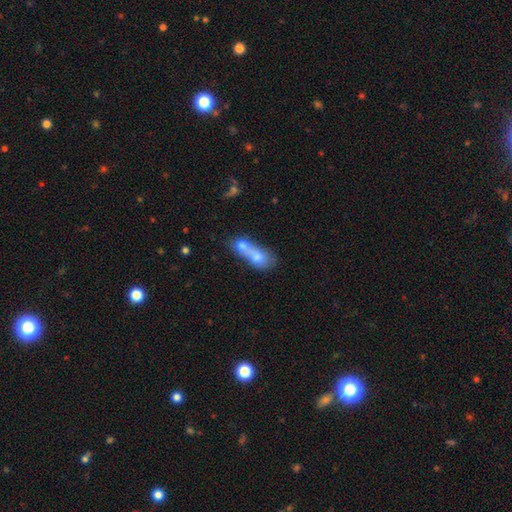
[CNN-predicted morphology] Overall: smooth (65%; featured or disk 26%). How rounded: in between (61%; round 23%). Merging: merger (74%).